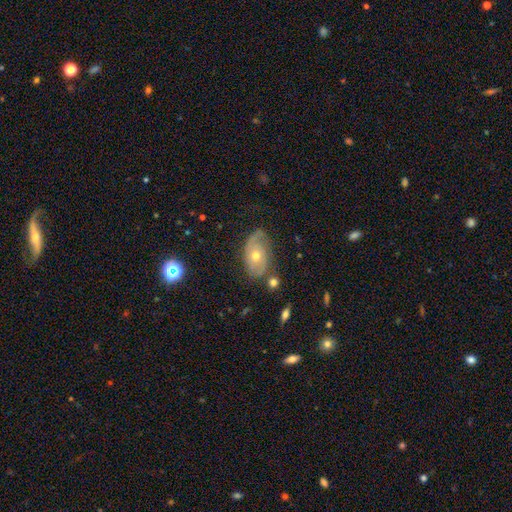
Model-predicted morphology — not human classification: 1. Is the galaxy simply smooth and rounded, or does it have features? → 69% featured or disk, 21% smooth, 10% star or artifact.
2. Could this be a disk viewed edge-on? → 94% no, 6% yes.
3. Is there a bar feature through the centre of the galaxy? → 80% no, 17% weak, 3% strong.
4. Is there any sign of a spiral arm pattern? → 84% yes, 16% no.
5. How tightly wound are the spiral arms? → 45% tight, 36% medium, 19% loose.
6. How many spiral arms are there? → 53% 2, 25% can't tell, 13% 1, 6% 3, 2% 4, 2% more than 4.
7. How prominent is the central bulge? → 59% moderate, 38% small, 2% large, 1% none, 1% dominant.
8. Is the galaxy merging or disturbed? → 65% none, 23% minor disturbance, 9% major disturbance, 3% merger.